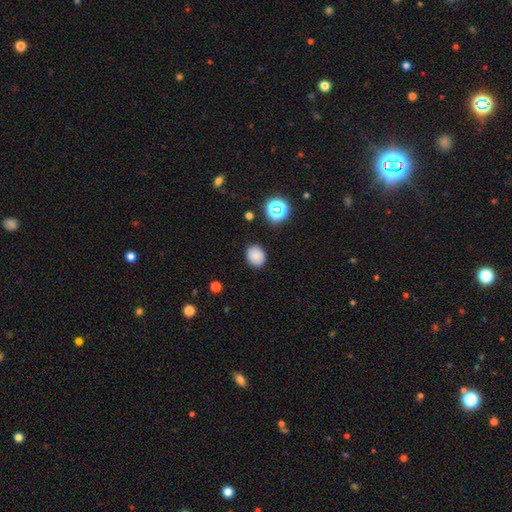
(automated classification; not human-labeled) This is clearly a smooth galaxy (82%). How rounded: possibly round (56%). Merging: clearly none (86%).